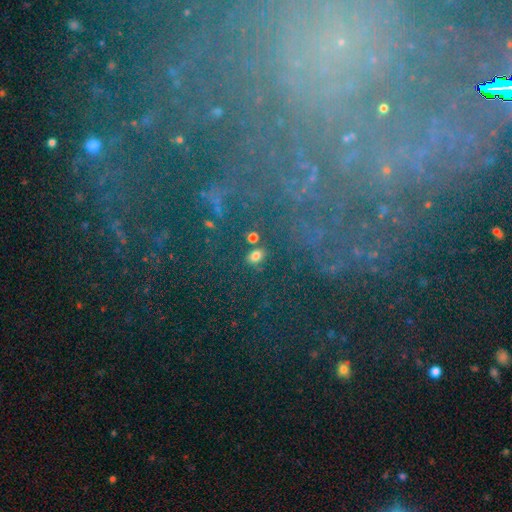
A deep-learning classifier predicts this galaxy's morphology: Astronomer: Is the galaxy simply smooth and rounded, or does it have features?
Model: smooth — 71%.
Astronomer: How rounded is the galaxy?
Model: in between — 69%.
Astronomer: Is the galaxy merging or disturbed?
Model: none — 77%.